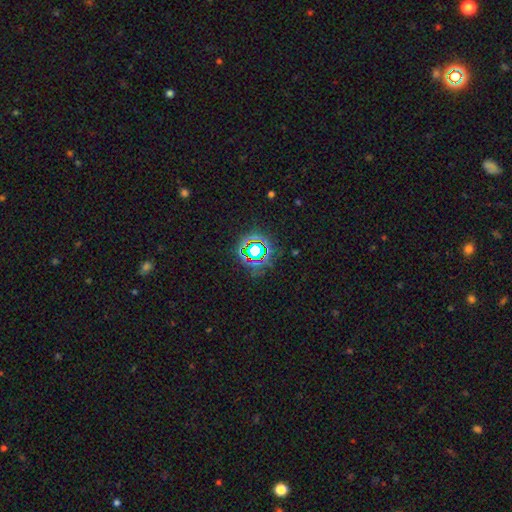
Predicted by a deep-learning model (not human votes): Smooth or featured? star or artifact (70%)